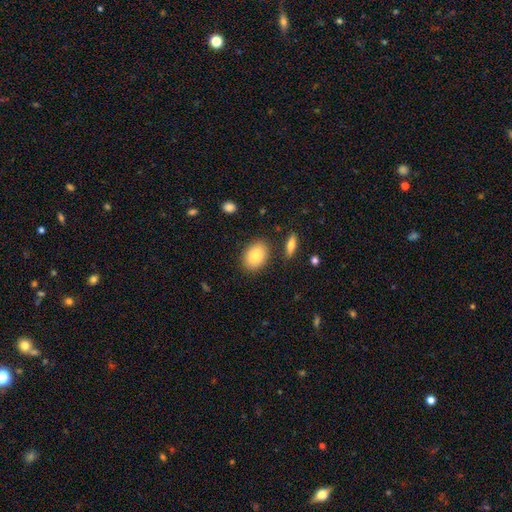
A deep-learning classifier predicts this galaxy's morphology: smooth 82%, featured or disk 11%, star or artifact 7%. Down the decision tree: how rounded — in between (79%); merging — none (84%).